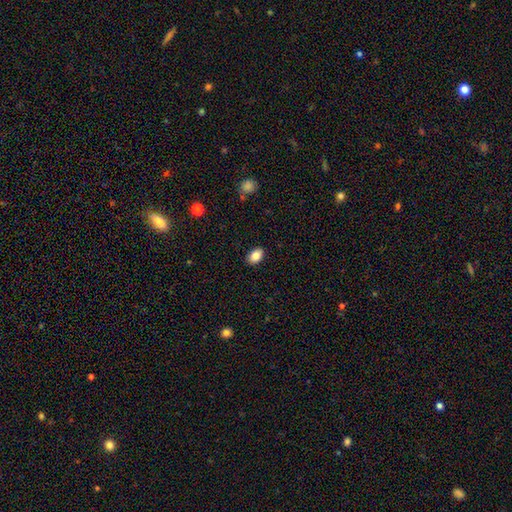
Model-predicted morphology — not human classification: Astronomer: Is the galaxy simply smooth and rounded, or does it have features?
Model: smooth — 85%.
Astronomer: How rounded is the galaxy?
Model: in between — 85%.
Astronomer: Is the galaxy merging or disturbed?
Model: none — 89%.